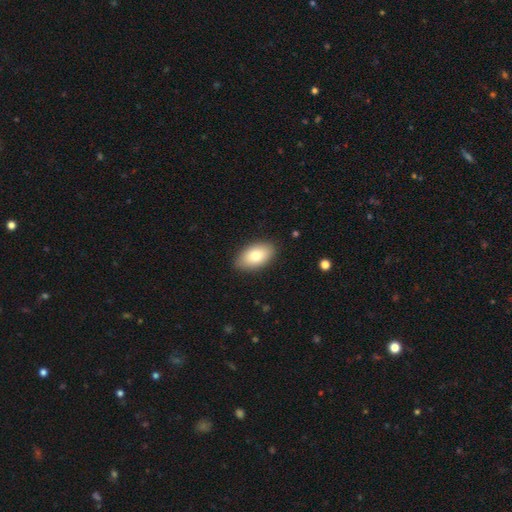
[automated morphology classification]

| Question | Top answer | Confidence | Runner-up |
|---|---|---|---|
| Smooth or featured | smooth | 80% | featured or disk (14%) |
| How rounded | in between | 94% | round (5%) |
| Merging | none | 87% | minor disturbance (10%) |